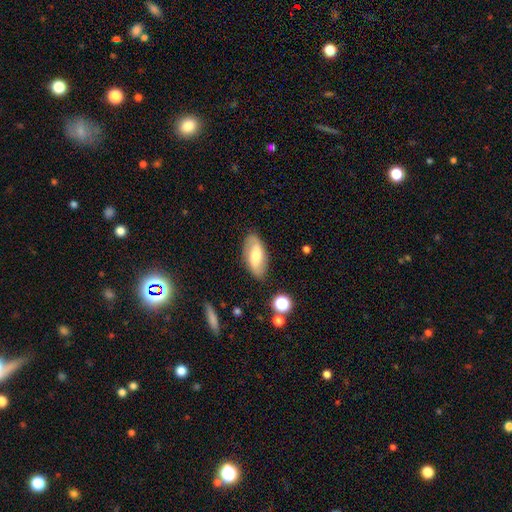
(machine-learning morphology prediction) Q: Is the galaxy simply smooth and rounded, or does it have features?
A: smooth — 55%.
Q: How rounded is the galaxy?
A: in between — 89%.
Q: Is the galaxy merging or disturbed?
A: none — 81%.